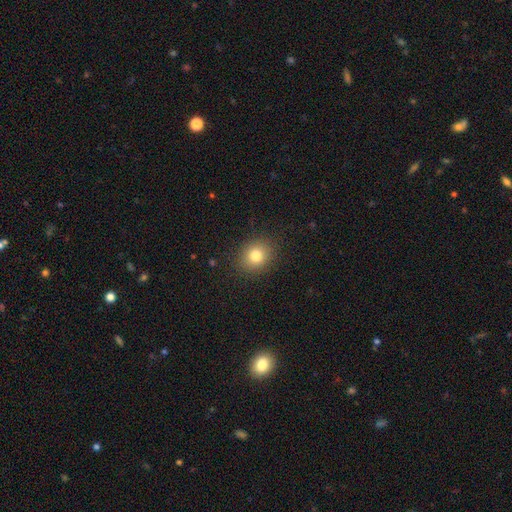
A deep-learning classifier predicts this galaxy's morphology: Smooth or featured? Predicted: smooth (p=0.81). How rounded? Predicted: round (p=0.69). Merging? Predicted: none (p=0.88).